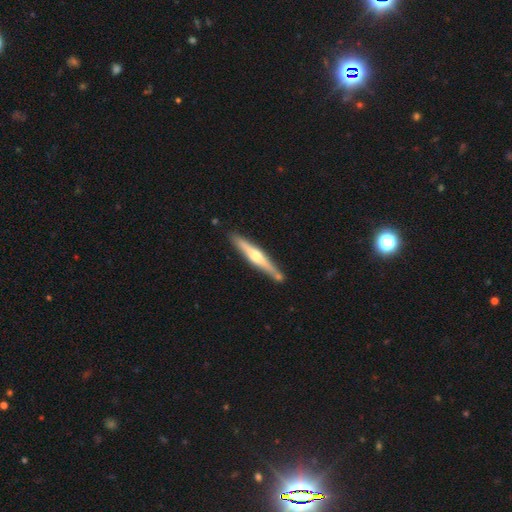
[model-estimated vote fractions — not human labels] Q: Smooth or featured?
A: featured or disk (65%); runner-up: smooth (30%)
Q: Edge-on disk?
A: yes (97%); runner-up: no (3%)
Q: Edge-on bulge?
A: rounded (88%); runner-up: none (6%)
Q: Merging?
A: none (82%); runner-up: minor disturbance (10%)